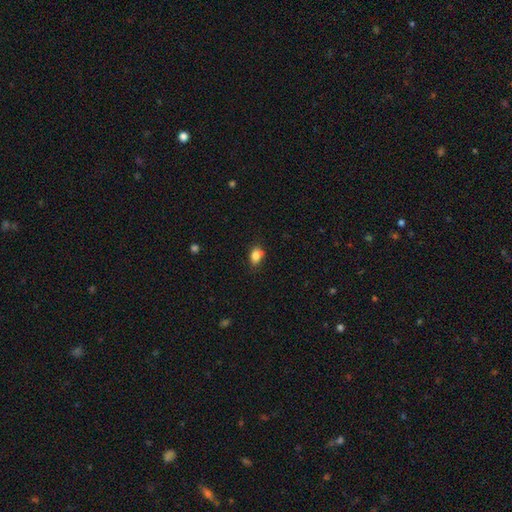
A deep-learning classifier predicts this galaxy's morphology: smooth 82%, star or artifact 10%, featured or disk 8%. Down the decision tree: how rounded — in between (74%); merging — none (60%).